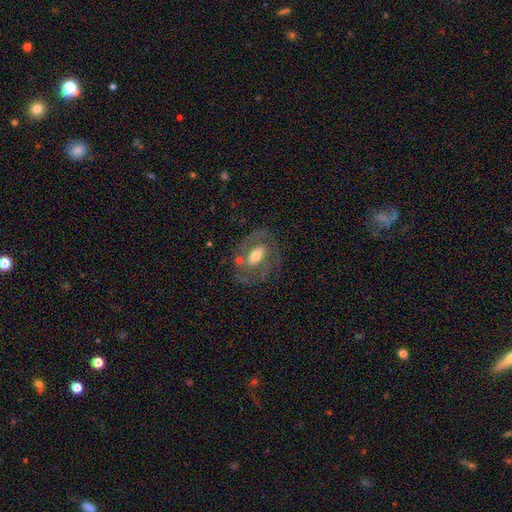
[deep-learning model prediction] Smooth or featured? featured or disk (68%)
Edge-on disk? no (93%)
Bar? no (36%)
Spiral arms? yes (65%)
Bulge size? moderate (64%)
Merging? none (68%)